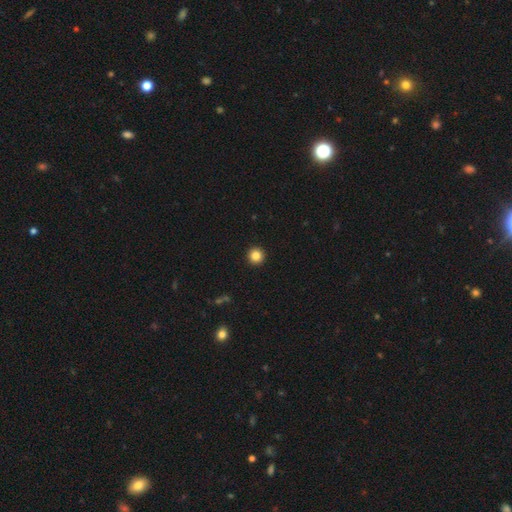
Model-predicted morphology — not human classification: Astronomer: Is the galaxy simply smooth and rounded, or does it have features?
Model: smooth — 85%.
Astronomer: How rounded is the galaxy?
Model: round — 96%.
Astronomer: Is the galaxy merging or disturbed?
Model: none — 94%.